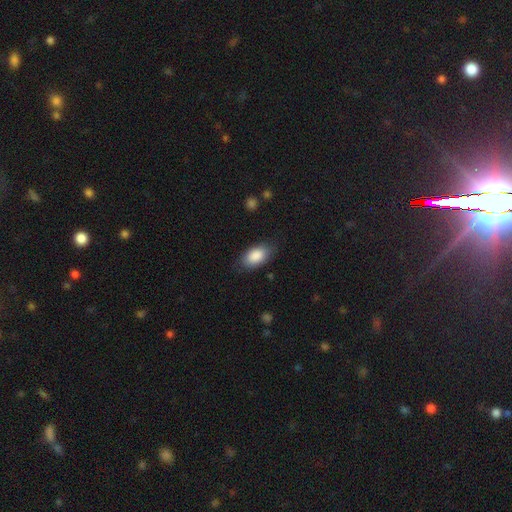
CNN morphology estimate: smooth 87%, featured or disk 6%, star or artifact 6%. Down the decision tree: how rounded — in between (93%); merging — none (80%).